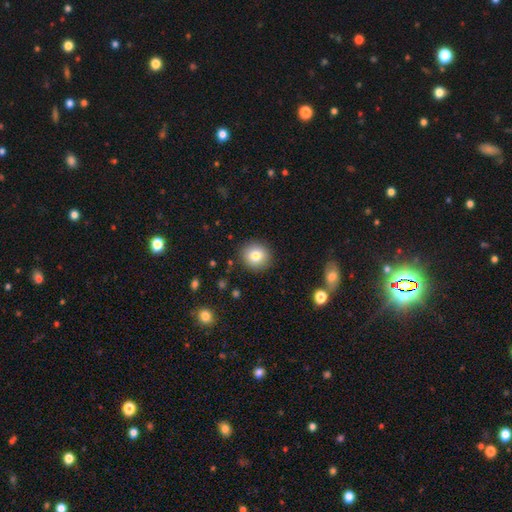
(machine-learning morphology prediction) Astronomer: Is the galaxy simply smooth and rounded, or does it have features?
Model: smooth — 82%.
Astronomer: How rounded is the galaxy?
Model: round — 87%.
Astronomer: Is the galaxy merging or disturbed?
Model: none — 90%.